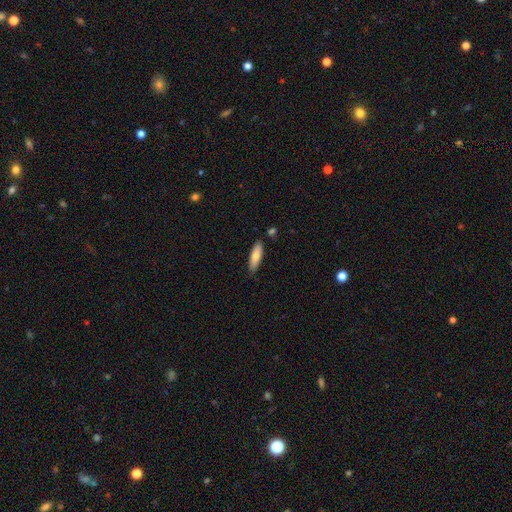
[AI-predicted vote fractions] The model was most divided on "how rounded": cigar-shaped: 55%, in between: 43%, round: 2%. More confident: merging — none (82%); smooth or featured — smooth (78%).